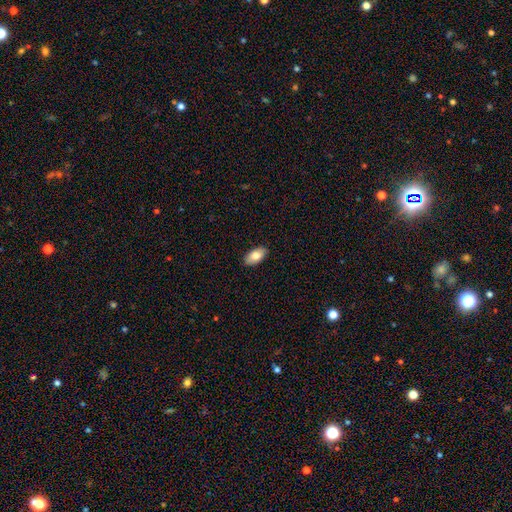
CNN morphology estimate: Smooth or featured? smooth (80%)
How rounded? in between (94%)
Merging? none (89%)